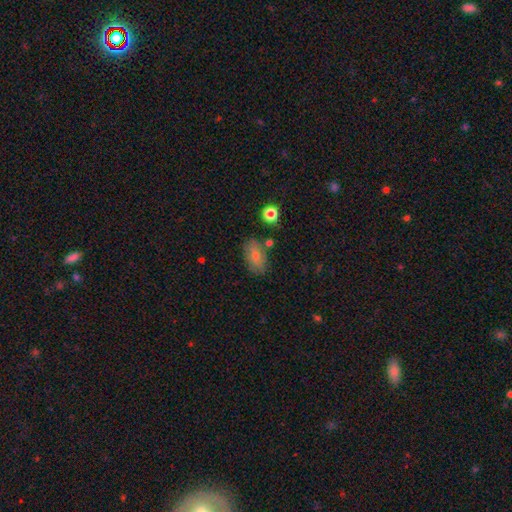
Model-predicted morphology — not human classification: This appears to be a smooth galaxy with no disk features (69%) that is in between round and cigar-shaped (87%). Merging: none (77%).